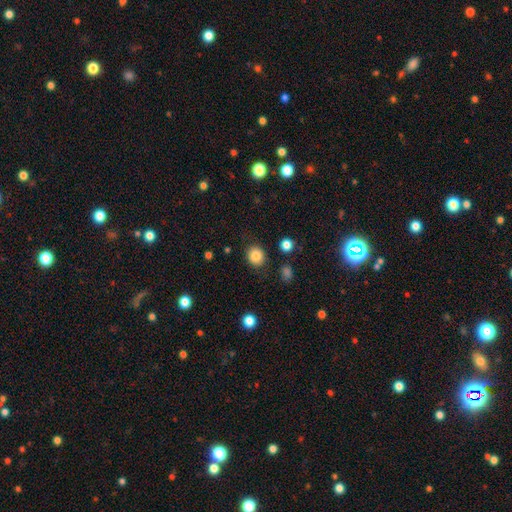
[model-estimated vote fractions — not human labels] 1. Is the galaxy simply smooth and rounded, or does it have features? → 84% smooth, 10% star or artifact, 6% featured or disk.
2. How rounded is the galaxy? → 82% round, 17% in between, 1% cigar-shaped.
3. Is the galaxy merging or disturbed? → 85% none, 9% minor disturbance, 3% major disturbance, 2% merger.